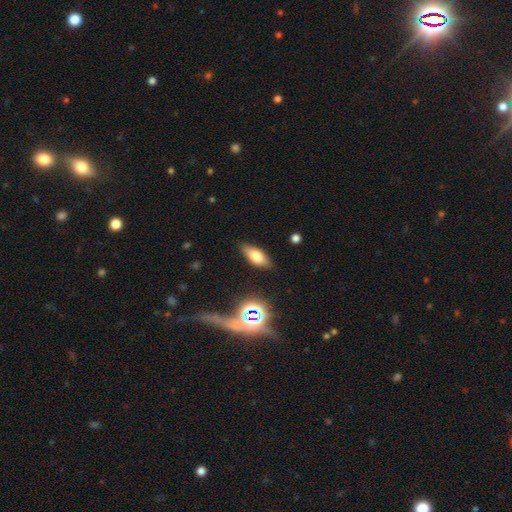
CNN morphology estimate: A smooth galaxy with no disk features (69%) that is in between round and cigar-shaped (77%). Merging: none (83%).